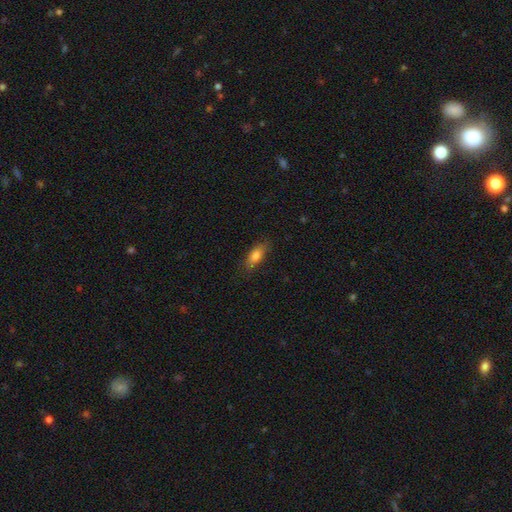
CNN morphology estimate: A smooth galaxy with no disk features (79%) that is in between round and cigar-shaped (71%).

Vote fractions:
- Smooth or featured? smooth: 79% / featured or disk: 14% / star or artifact: 8%
- How rounded? in between: 71% / cigar-shaped: 26% / round: 3%
- Merging? none: 80% / minor disturbance: 15% / major disturbance: 4% / merger: 1%